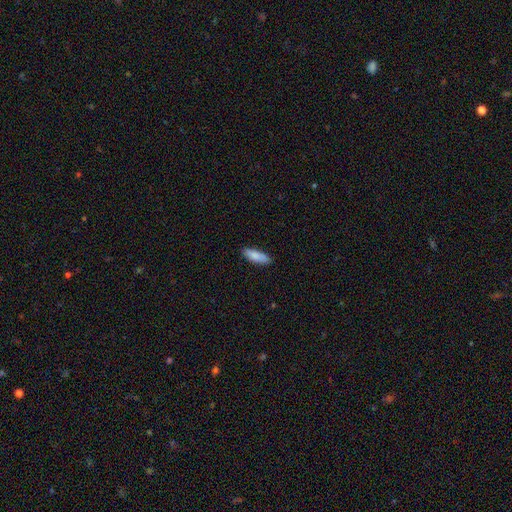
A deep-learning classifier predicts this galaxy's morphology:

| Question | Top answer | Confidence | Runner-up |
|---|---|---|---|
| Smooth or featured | smooth | 85% | featured or disk (9%) |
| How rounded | in between | 54% | cigar-shaped (45%) |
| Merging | none | 86% | minor disturbance (11%) |